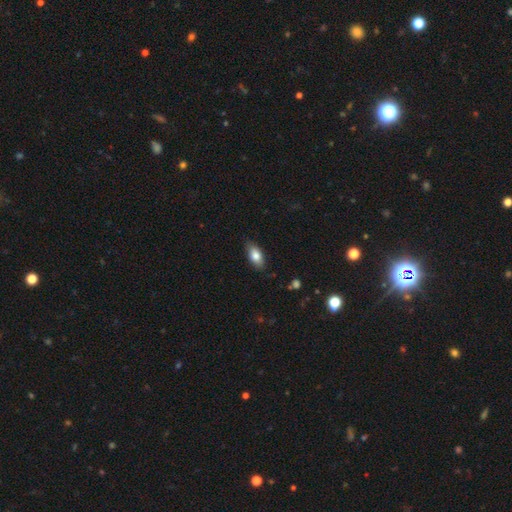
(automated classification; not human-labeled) smooth_or_featured: smooth (p=0.80) [alt: featured or disk p=0.13]
how_rounded: in between (p=0.89) [alt: cigar-shaped p=0.07]
merging: none (p=0.82) [alt: minor disturbance p=0.15]